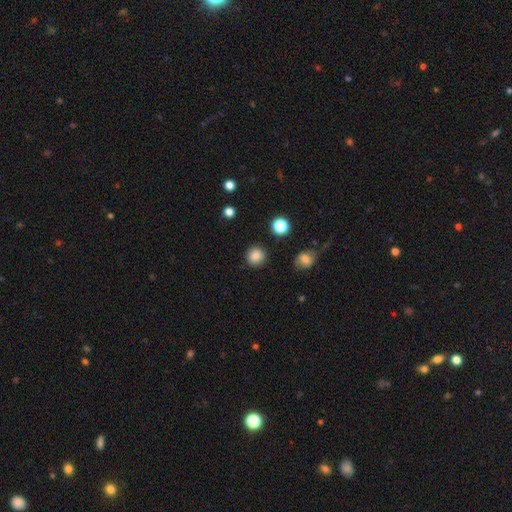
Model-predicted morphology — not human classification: A smooth galaxy with no disk features (85%) that is round (93%).

Vote fractions:
- Smooth or featured? smooth: 85% / star or artifact: 11% / featured or disk: 4%
- How rounded? round: 93% / in between: 6% / cigar-shaped: 1%
- Merging? none: 90% / minor disturbance: 6% / major disturbance: 2% / merger: 2%